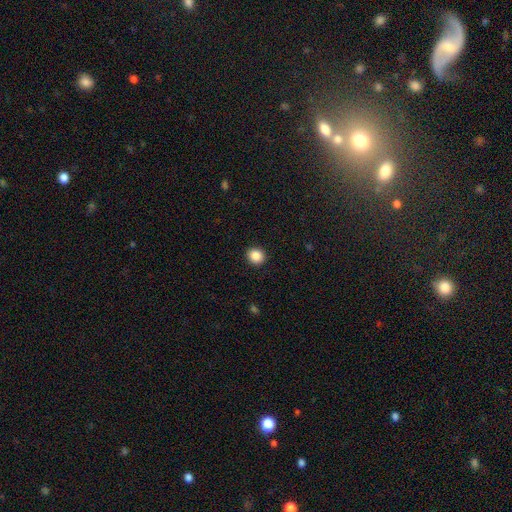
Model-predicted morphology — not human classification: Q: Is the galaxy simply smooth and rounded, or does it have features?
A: smooth — 88%.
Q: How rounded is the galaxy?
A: round — 81%.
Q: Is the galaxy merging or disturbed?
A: none — 92%.